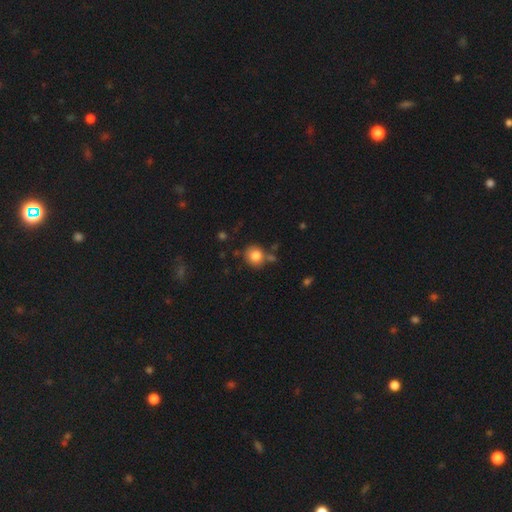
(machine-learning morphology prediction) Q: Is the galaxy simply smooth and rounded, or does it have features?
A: smooth — 81%.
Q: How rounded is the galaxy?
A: round — 85%.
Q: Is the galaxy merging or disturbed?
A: none — 74%.